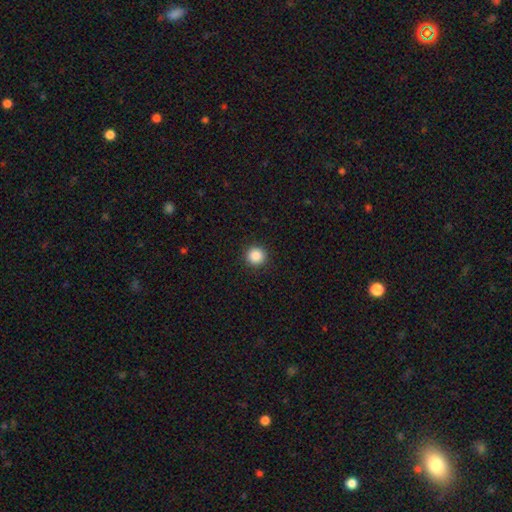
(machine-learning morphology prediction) This is clearly a smooth galaxy (88%). How rounded: clearly round (95%). Merging: clearly none (92%).